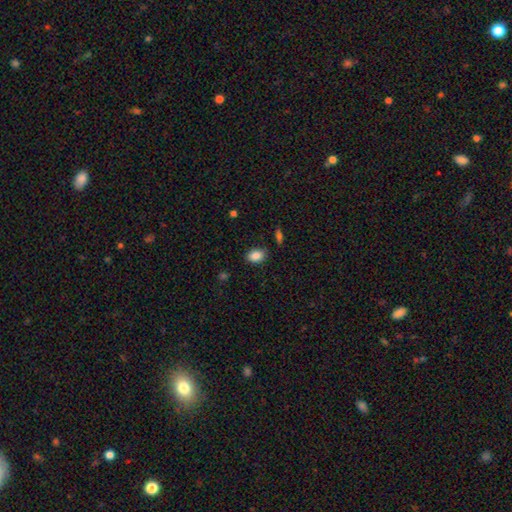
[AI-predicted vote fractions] A smooth galaxy with no disk features (87%) that is in between round and cigar-shaped (80%). Merging: none (81%).